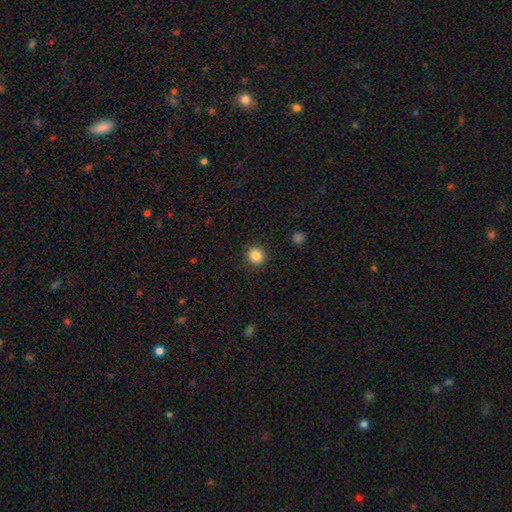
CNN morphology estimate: This is clearly a smooth galaxy (85%). How rounded: clearly round (94%). Merging: clearly none (92%).